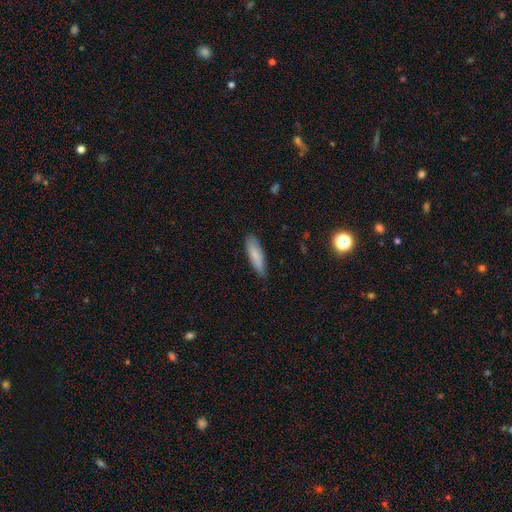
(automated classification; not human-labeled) The model was most divided on "how rounded": cigar-shaped: 64%, in between: 34%, round: 2%. More confident: merging — none (80%); smooth or featured — smooth (77%).